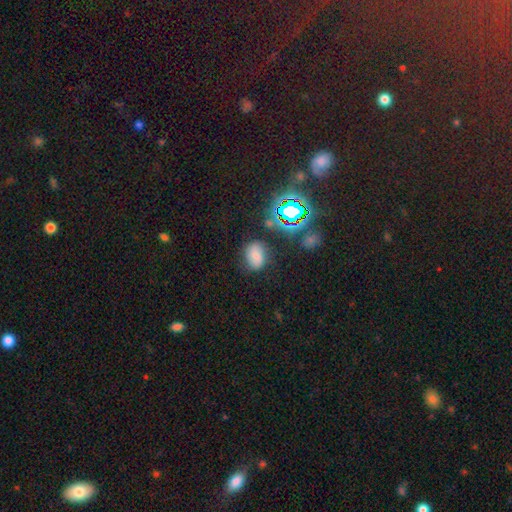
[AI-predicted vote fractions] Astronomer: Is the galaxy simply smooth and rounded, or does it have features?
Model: smooth — 65%.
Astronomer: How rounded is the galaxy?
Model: in between — 67%.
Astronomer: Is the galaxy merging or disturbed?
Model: none — 71%.